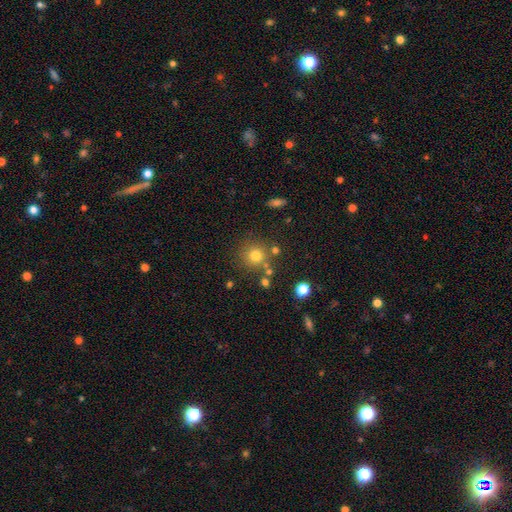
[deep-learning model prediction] Overall: smooth (75%). How rounded: round (92%). Merging: none (76%).